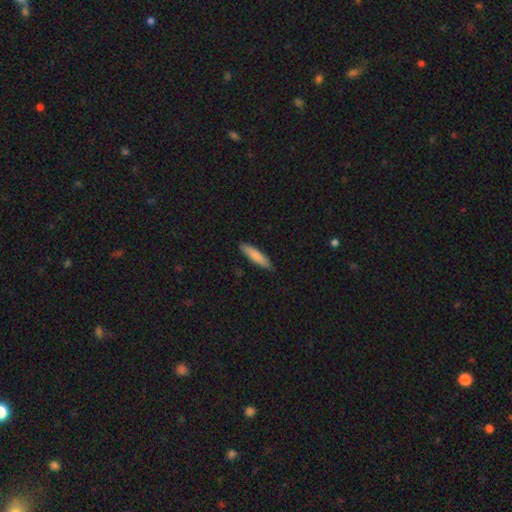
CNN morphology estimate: smooth 83%, featured or disk 12%, star or artifact 5%. Down the decision tree: how rounded — cigar-shaped (76%); merging — none (87%).